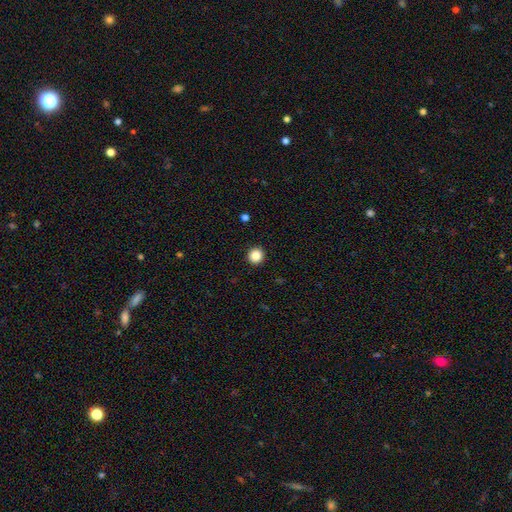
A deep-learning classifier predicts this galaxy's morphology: This appears to be a smooth galaxy with no disk features (86%) that is round (94%). Merging: none (93%).